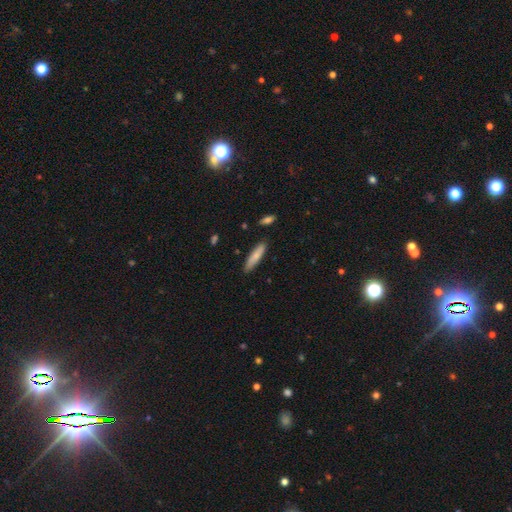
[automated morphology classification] This appears to be a smooth galaxy with no disk features (79%) that is cigar-shaped (78%). Merging: none (84%).